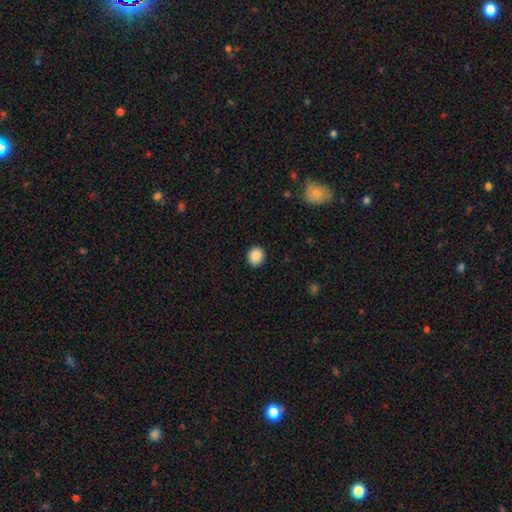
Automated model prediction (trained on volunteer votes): smooth-or-featured: smooth: 89% | star or artifact: 8% | featured or disk: 3%
  how-rounded: round: 81% | in between: 18% | cigar-shaped: 1%
  merging: none: 91% | minor disturbance: 6% | major disturbance: 2% | merger: 1%